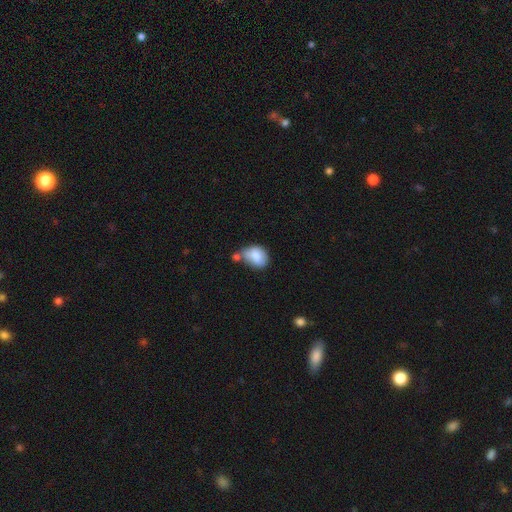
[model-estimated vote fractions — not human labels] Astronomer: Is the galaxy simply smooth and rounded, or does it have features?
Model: smooth — 81%.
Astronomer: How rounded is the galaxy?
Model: in between — 66%.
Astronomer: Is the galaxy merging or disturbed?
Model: none — 35% (runner-up: merger, 30%).